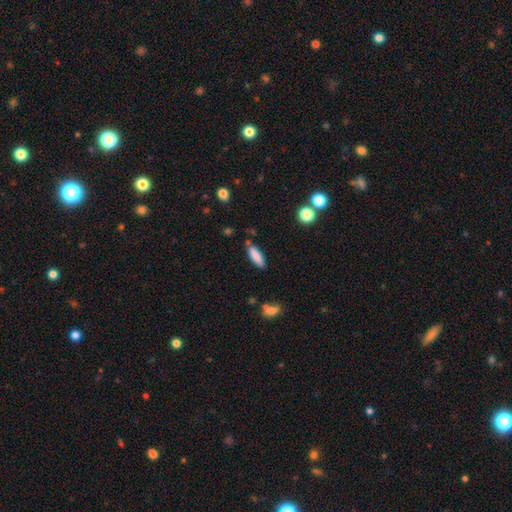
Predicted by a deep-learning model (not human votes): This appears to be a smooth galaxy with no disk features (84%) that is in between round and cigar-shaped (50%). Merging: none (80%).